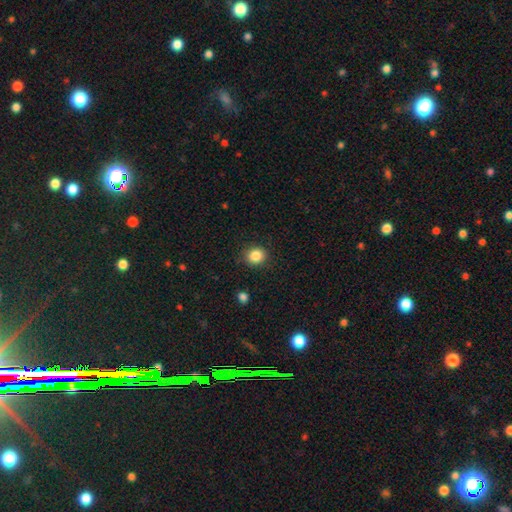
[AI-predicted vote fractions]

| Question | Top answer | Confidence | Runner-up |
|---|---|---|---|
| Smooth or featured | smooth | 86% | star or artifact (10%) |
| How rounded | round | 82% | in between (17%) |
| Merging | none | 89% | minor disturbance (8%) |